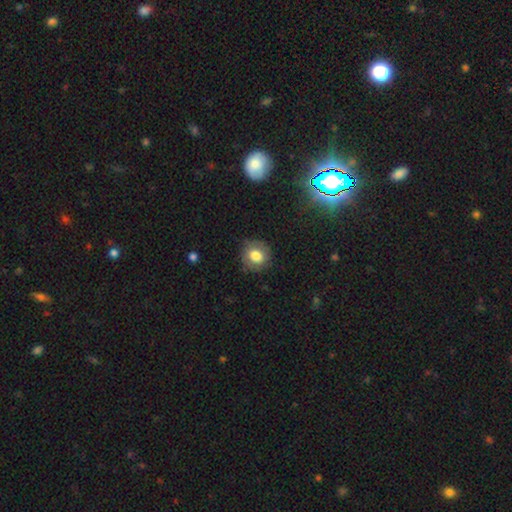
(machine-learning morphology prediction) type=smooth (74%); roundness=round (79%); merging=none (79%).